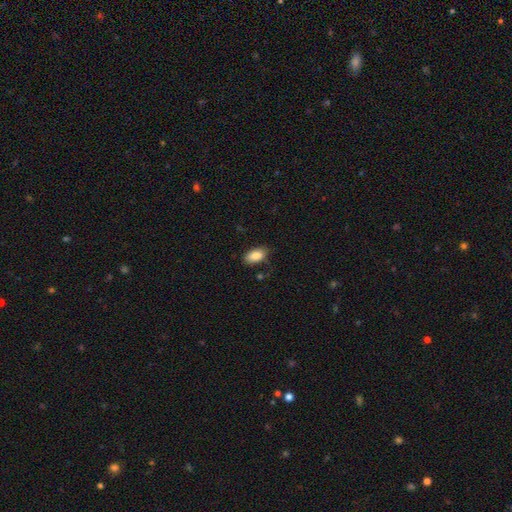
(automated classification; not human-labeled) Smooth or featured? smooth (87%)
How rounded? in between (93%)
Merging? none (80%)